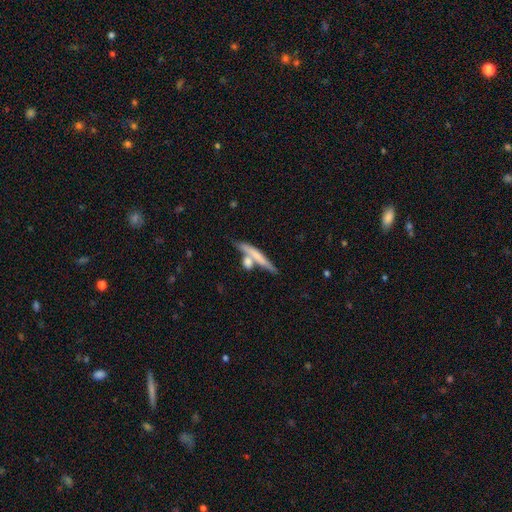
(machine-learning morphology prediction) The model was most divided on "smooth or featured": smooth: 57%, featured or disk: 36%, star or artifact: 6%. More confident: how rounded — cigar-shaped (86%); merging — none (54%).